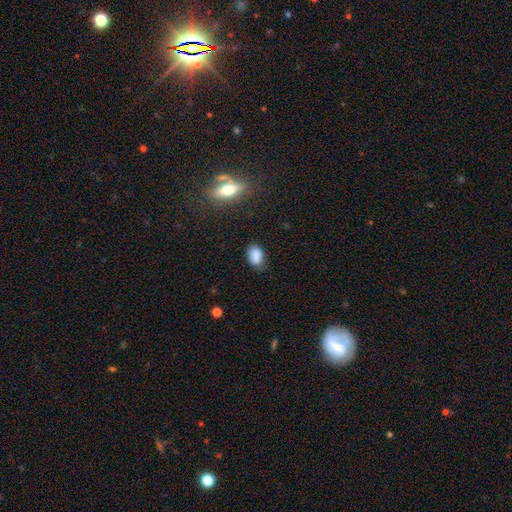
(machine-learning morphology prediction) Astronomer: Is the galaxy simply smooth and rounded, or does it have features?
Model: smooth — 84%.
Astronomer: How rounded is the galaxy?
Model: in between — 84%.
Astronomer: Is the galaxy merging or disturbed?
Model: none — 71%.